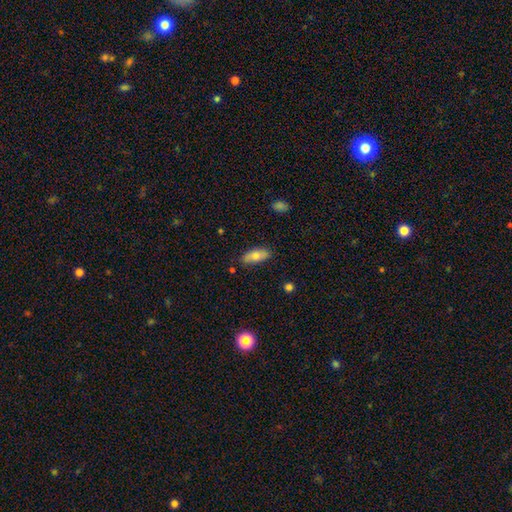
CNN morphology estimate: smooth-or-featured: smooth: 72% | featured or disk: 21% | star or artifact: 7%
  how-rounded: in between: 80% | cigar-shaped: 18% | round: 3%
  merging: none: 83% | minor disturbance: 13% | major disturbance: 2% | merger: 2%